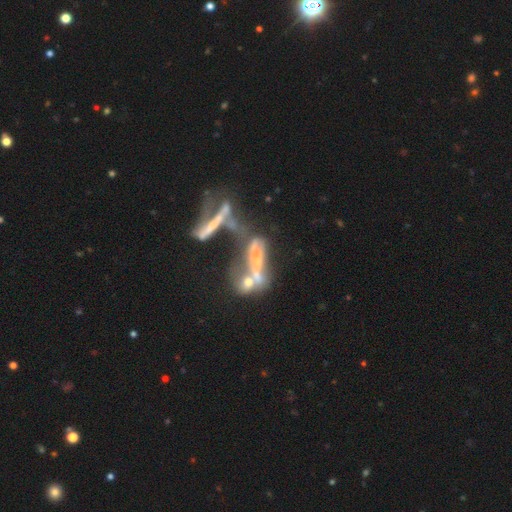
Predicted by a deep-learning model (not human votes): Smooth or featured?
  - featured or disk: 48% *
  - smooth: 34%
  - star or artifact: 18%
Merging?
  - merger: 62% *
  - major disturbance: 19%
  - none: 12%
  - minor disturbance: 7%